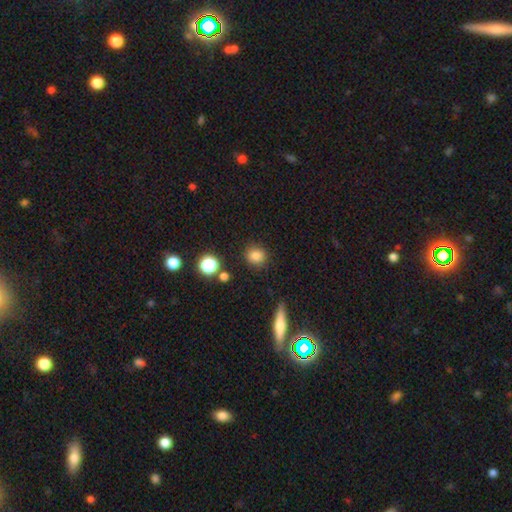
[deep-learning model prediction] smooth_or_featured: smooth (p=0.82) [alt: star or artifact p=0.12]
how_rounded: round (p=0.83) [alt: in between p=0.15]
merging: none (p=0.87) [alt: minor disturbance p=0.08]